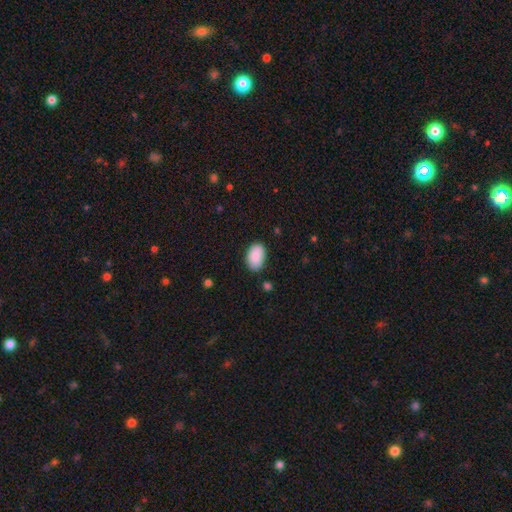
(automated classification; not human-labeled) A smooth galaxy with no disk features (89%) that is in between round and cigar-shaped (92%).

Vote fractions:
- Smooth or featured? smooth: 89% / star or artifact: 6% / featured or disk: 4%
- How rounded? in between: 92% / round: 7% / cigar-shaped: 1%
- Merging? none: 82% / minor disturbance: 14% / major disturbance: 3% / merger: 2%